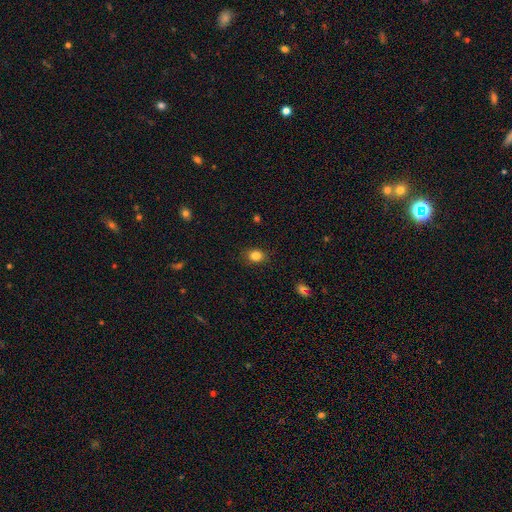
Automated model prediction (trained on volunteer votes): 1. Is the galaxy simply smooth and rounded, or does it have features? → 83% smooth, 12% star or artifact, 5% featured or disk.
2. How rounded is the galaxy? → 60% round, 39% in between, 1% cigar-shaped.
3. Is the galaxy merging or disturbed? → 86% none, 11% minor disturbance, 3% major disturbance, 1% merger.